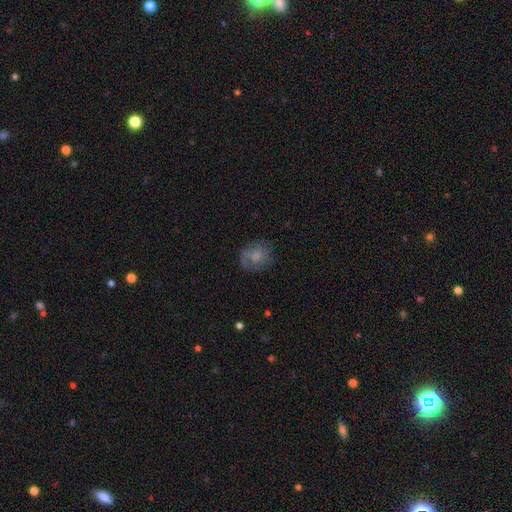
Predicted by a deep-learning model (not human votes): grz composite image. It shows a smooth galaxy with no disk features (60%) that is round (75%). Merging: none (70%).